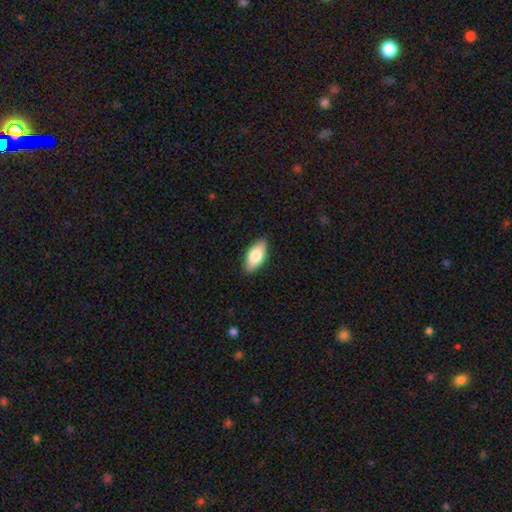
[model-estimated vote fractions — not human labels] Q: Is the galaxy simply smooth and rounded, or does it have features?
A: smooth — 80%.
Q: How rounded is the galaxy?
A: in between — 90%.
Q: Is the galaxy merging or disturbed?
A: none — 88%.